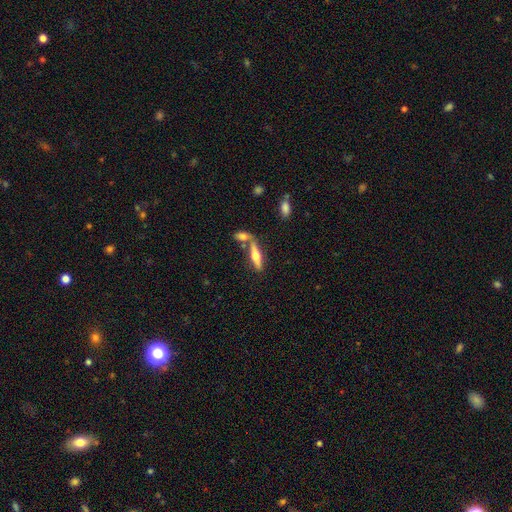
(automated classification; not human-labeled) Smooth or featured: featured or disk — 53% (smooth — 40%)
Edge-on disk: yes — 93% (no — 7%)
Merging: none — 60% (merger — 26%)